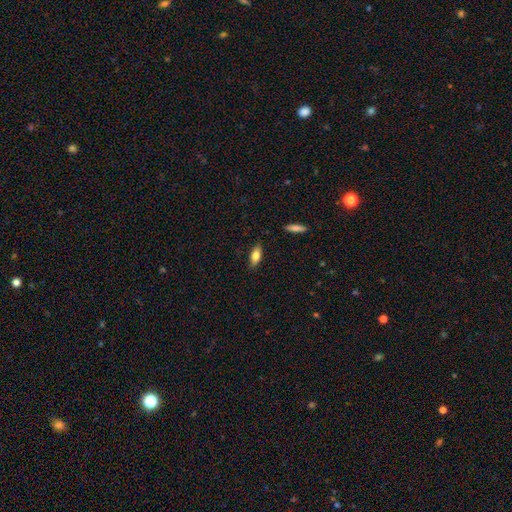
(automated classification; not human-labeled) smooth_or_featured: smooth (p=0.73) [alt: featured or disk p=0.20]
how_rounded: in between (p=0.76) [alt: cigar-shaped p=0.21]
merging: none (p=0.84) [alt: minor disturbance p=0.12]